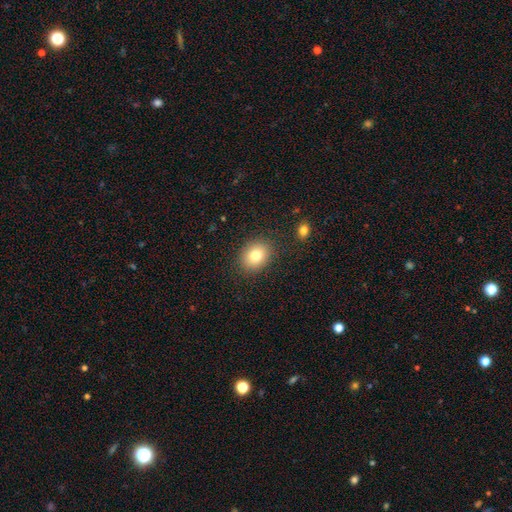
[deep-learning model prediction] The model was most divided on "how rounded": round: 50%, in between: 49%, cigar-shaped: 1%. More confident: merging — none (87%); smooth or featured — smooth (81%).